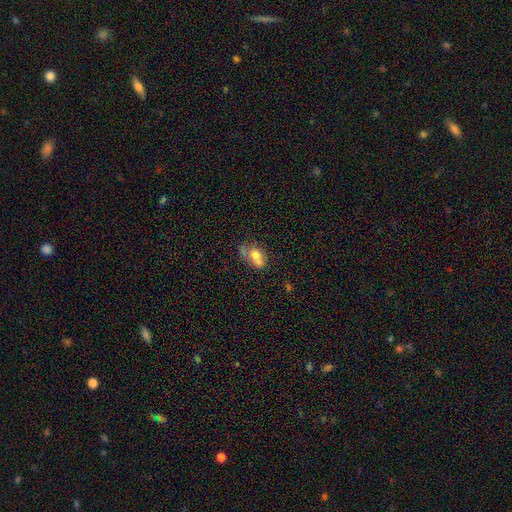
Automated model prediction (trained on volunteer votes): Morphology: type=smooth (67%); roundness=in between (70%); merging=merger (37%).